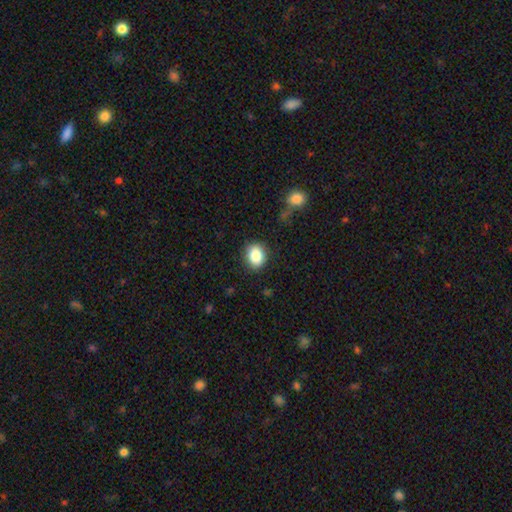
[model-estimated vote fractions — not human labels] Morphology: type=smooth (86%); roundness=round (52%); merging=none (86%).